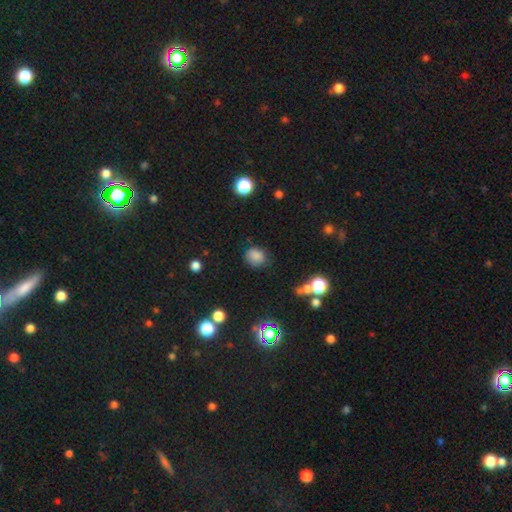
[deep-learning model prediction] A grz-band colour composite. It shows a smooth galaxy with no disk features (81%) that is round (69%). Merging: none (75%).